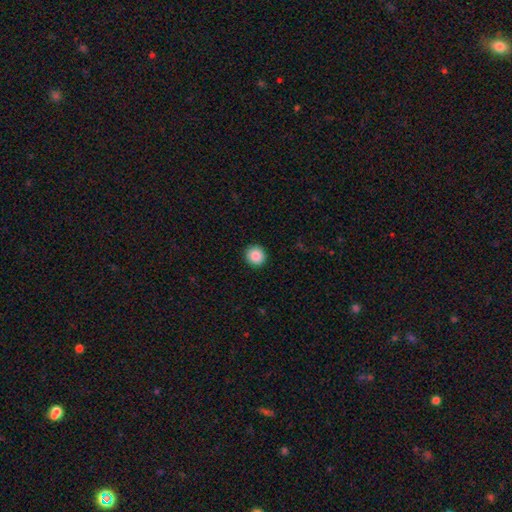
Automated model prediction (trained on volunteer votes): smooth_or_featured: smooth (p=0.88) [alt: star or artifact p=0.08]
how_rounded: round (p=0.93) [alt: in between p=0.06]
merging: none (p=0.92) [alt: minor disturbance p=0.05]